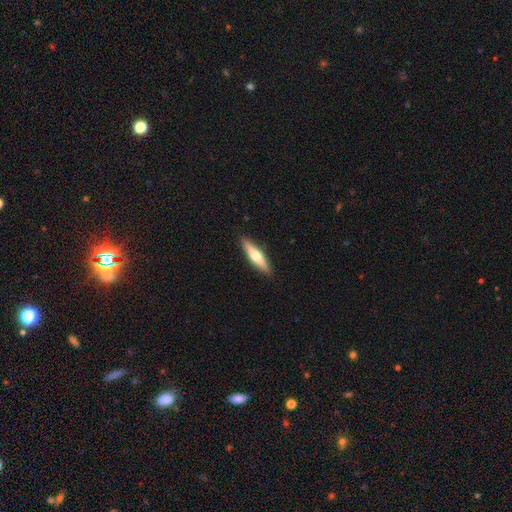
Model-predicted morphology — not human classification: Smooth or featured: featured or disk — 51% (smooth — 44%)
Edge-on disk: yes — 94% (no — 6%)
Merging: none — 90% (minor disturbance — 7%)